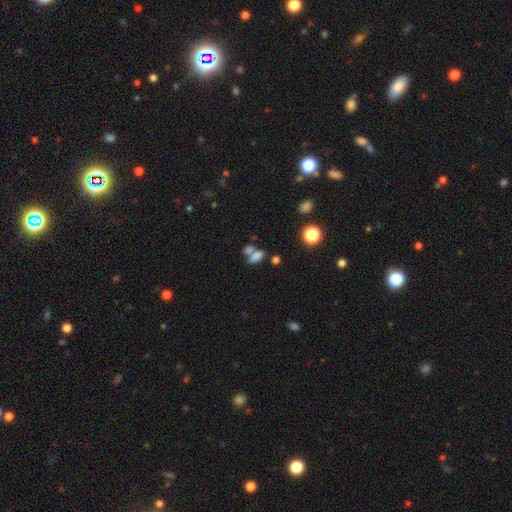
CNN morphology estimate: Overall: smooth (76%). How rounded: in between (83%). Merging: merger (50%; none 33%).